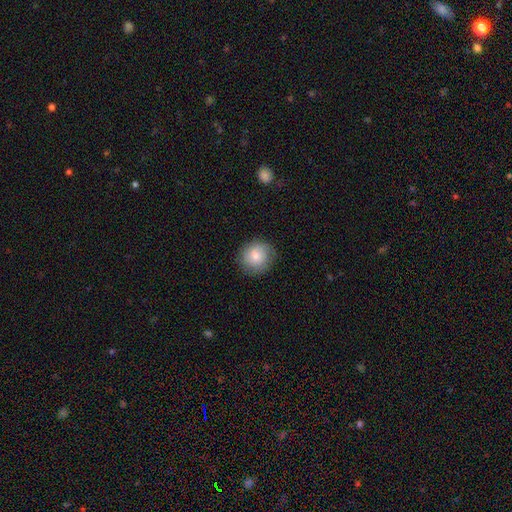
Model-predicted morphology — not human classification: Smooth or featured: smooth — 82% (featured or disk — 11%)
How rounded: round — 89% (in between — 11%)
Merging: none — 84% (minor disturbance — 12%)